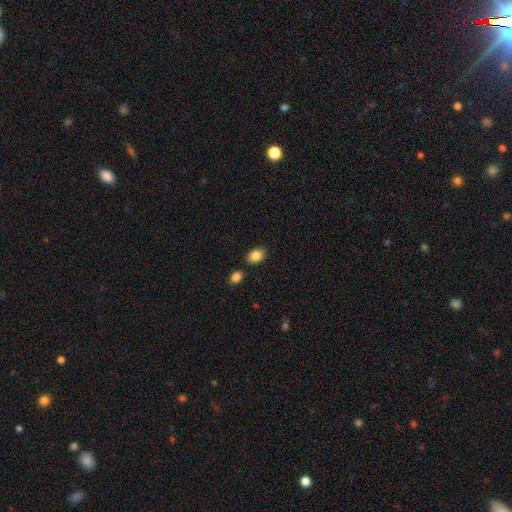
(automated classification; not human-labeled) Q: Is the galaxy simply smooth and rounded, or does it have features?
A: smooth — 85%.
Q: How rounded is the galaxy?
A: in between — 78%.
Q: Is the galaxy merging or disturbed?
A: none — 82%.